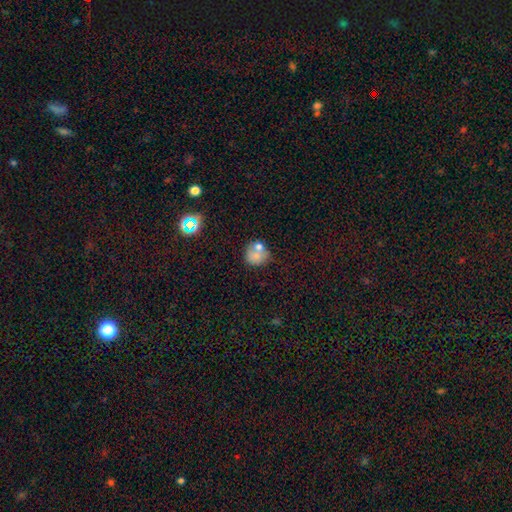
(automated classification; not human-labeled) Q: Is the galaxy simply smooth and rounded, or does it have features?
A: smooth — 70%.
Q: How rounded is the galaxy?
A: round — 78%.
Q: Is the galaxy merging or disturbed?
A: none — 48%.